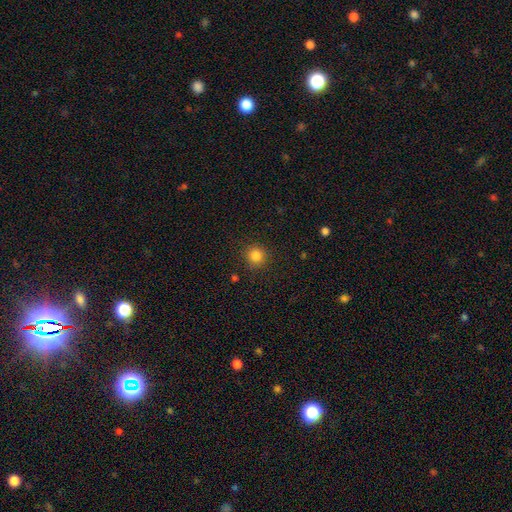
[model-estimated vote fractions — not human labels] This is clearly a smooth galaxy (84%). How rounded: clearly round (94%). Merging: clearly none (90%).